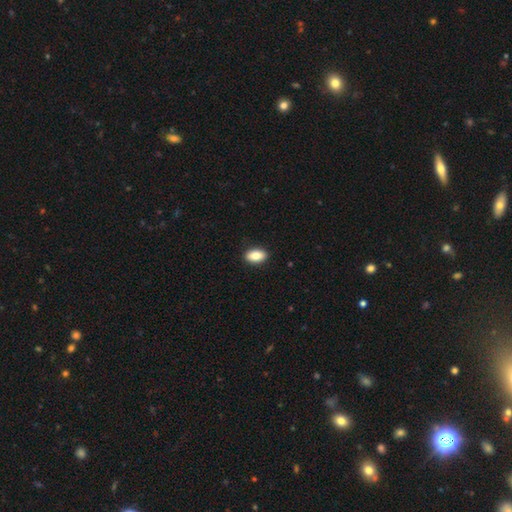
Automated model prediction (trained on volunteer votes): A smooth galaxy with no disk features (86%) that is in between round and cigar-shaped (92%). Merging: none (90%).